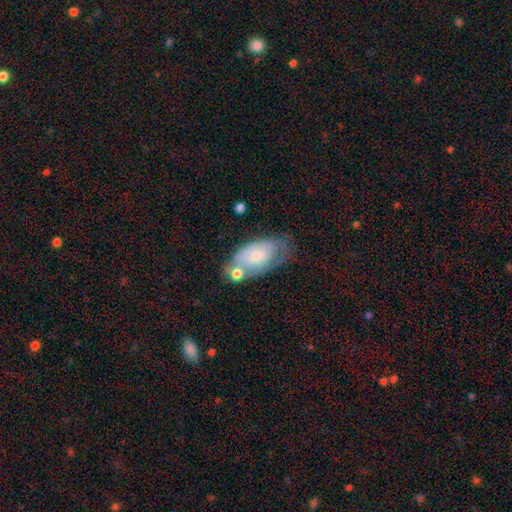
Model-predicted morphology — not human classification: Smooth or featured: smooth — 49% (featured or disk — 44%)
Merging: none — 40% (minor disturbance — 27%)